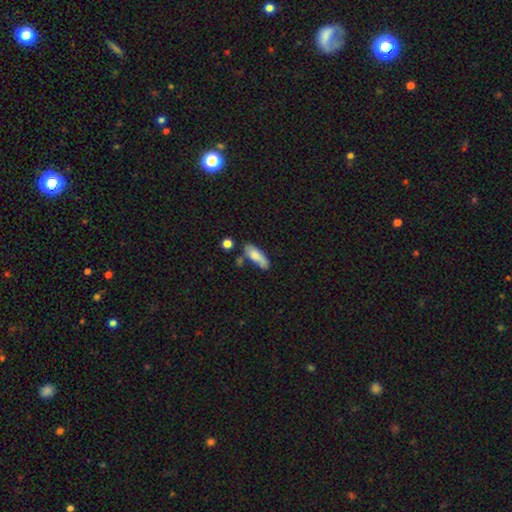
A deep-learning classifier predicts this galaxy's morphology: The model was most divided on "how rounded": in between: 63%, cigar-shaped: 34%, round: 2%. More confident: smooth or featured — smooth (77%); merging — none (56%).